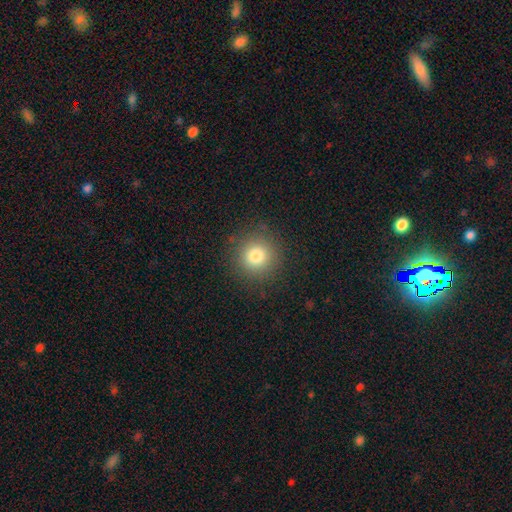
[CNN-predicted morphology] A smooth galaxy with no disk features (79%) that is round (94%).

Vote fractions:
- Smooth or featured? smooth: 79% / star or artifact: 13% / featured or disk: 8%
- How rounded? round: 94% / in between: 5% / cigar-shaped: 1%
- Merging? none: 88% / minor disturbance: 7% / major disturbance: 3% / merger: 1%